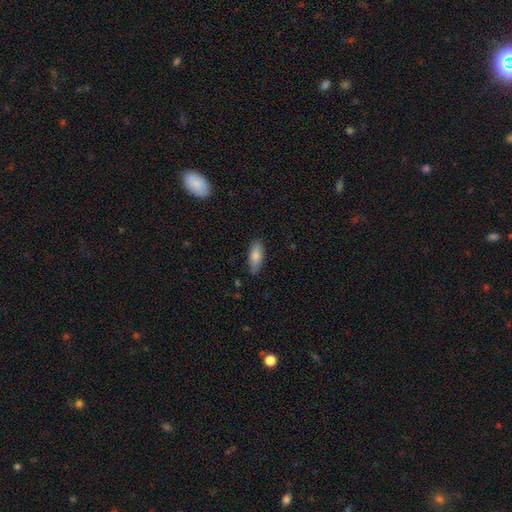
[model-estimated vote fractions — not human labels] Smooth or featured? Predicted: smooth (p=0.80). How rounded? Predicted: in between (p=0.79). Merging? Predicted: none (p=0.83).